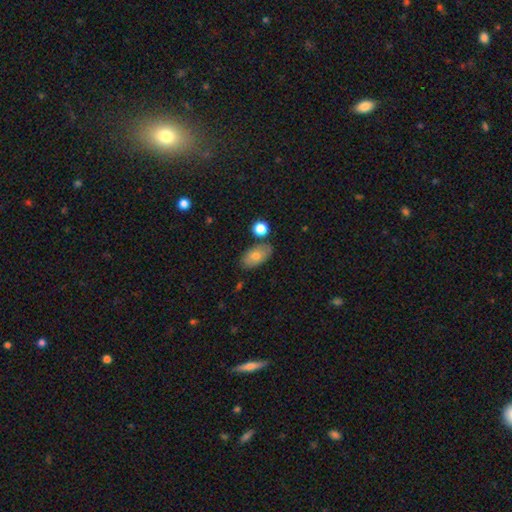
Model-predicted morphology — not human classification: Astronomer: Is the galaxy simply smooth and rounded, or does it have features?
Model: smooth — 75%.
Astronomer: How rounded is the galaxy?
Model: in between — 92%.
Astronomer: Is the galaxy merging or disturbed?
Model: none — 76%.